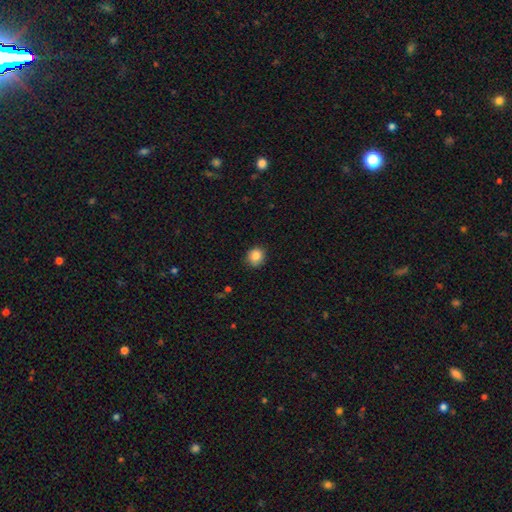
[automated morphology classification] Overall: smooth (86%). How rounded: round (85%). Merging: none (86%).